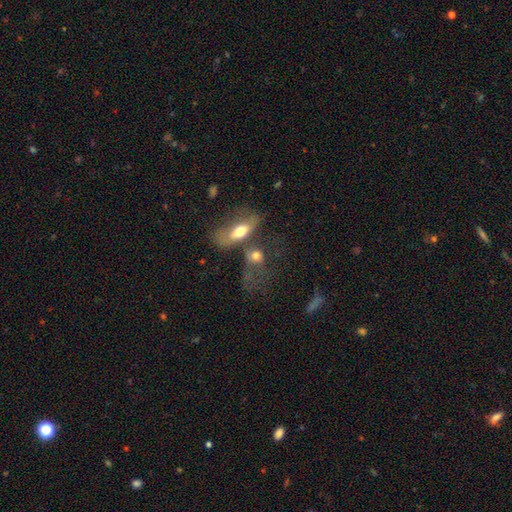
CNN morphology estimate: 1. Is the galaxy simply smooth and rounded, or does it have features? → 64% smooth, 25% featured or disk, 11% star or artifact.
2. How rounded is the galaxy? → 57% in between, 32% round, 10% cigar-shaped.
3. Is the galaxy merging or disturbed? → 45% merger, 23% none, 21% major disturbance, 11% minor disturbance.